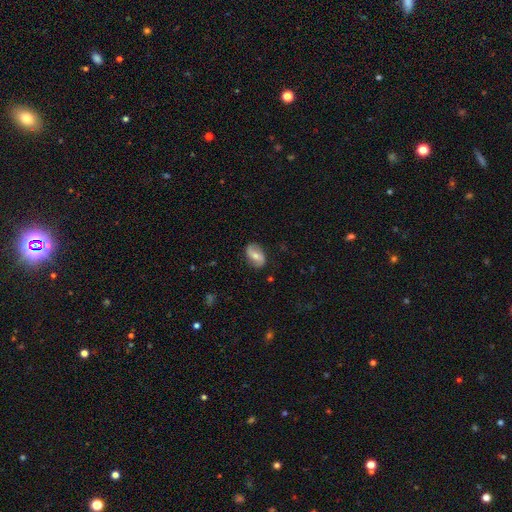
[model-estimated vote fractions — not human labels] A featured or disk galaxy (56%) with a weak bar (40%), spiral arms (84%) and a moderate central bulge (51%).

Vote fractions:
- Smooth or featured? featured or disk: 56% / smooth: 37% / star or artifact: 7%
- Edge-on disk? no: 95% / yes: 5%
- Bar? weak: 40% / no: 36% / strong: 25%
- Spiral arms? yes: 84% / no: 16%
- Bulge size? moderate: 51% / small: 42% / none: 3% / large: 3% / dominant: 1%
- Merging? none: 82% / minor disturbance: 14% / major disturbance: 3% / merger: 1%